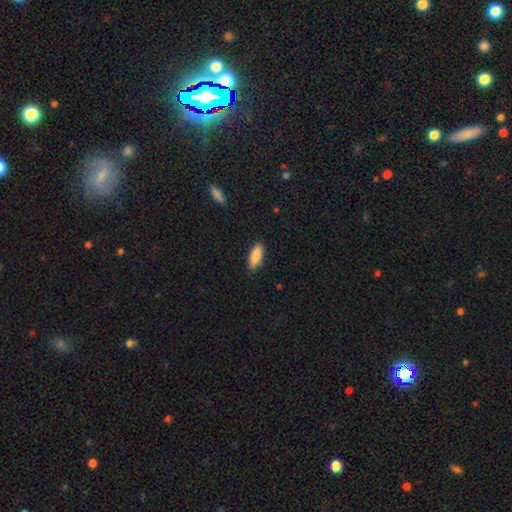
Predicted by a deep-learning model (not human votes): Smooth or featured: smooth — 88% (star or artifact — 6%)
How rounded: in between — 75% (cigar-shaped — 23%)
Merging: none — 86% (minor disturbance — 11%)